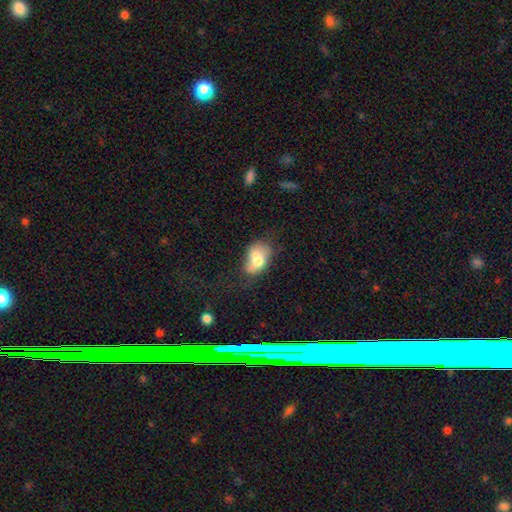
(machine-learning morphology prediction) A smooth galaxy with no disk features (66%) that is in between round and cigar-shaped (82%).

Vote fractions:
- Smooth or featured? smooth: 66% / featured or disk: 25% / star or artifact: 9%
- How rounded? in between: 82% / round: 16% / cigar-shaped: 2%
- Merging? none: 33% / minor disturbance: 26% / merger: 26% / major disturbance: 15%